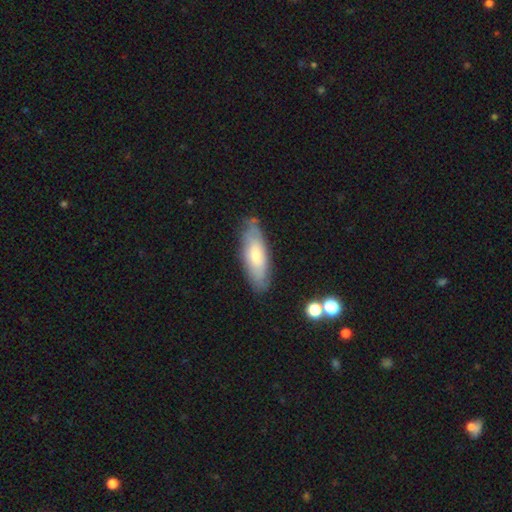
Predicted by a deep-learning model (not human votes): Smooth or featured? Predicted: smooth (p=0.61). How rounded? Predicted: in between (p=0.59). Merging? Predicted: none (p=0.78).